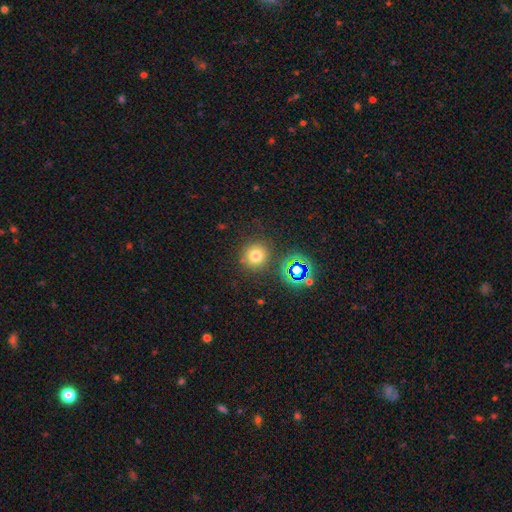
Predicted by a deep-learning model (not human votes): smooth-or-featured: smooth: 70% | star or artifact: 21% | featured or disk: 9%
  how-rounded: round: 93% | in between: 6% | cigar-shaped: 1%
  merging: none: 82% | minor disturbance: 9% | merger: 6% | major disturbance: 4%